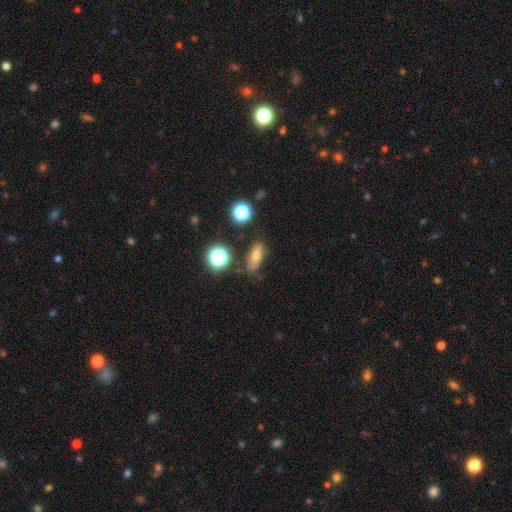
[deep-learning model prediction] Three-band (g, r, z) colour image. It shows a smooth galaxy with no disk features (62%) that is in between round and cigar-shaped (63%). Merging: none (75%).